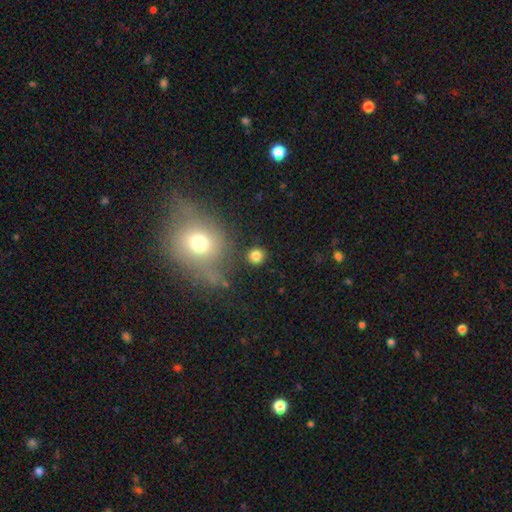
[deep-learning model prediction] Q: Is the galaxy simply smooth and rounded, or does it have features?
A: smooth — 83%.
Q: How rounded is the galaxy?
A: round — 91%.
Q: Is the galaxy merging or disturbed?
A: none — 86%.